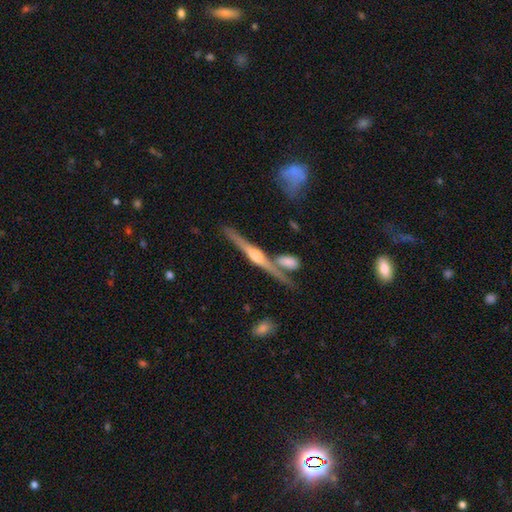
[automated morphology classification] Q: Smooth or featured?
A: featured or disk (81%); runner-up: smooth (13%)
Q: Edge-on disk?
A: yes (97%); runner-up: no (3%)
Q: Edge-on bulge?
A: rounded (85%); runner-up: boxy (9%)
Q: Merging?
A: none (73%); runner-up: merger (13%)